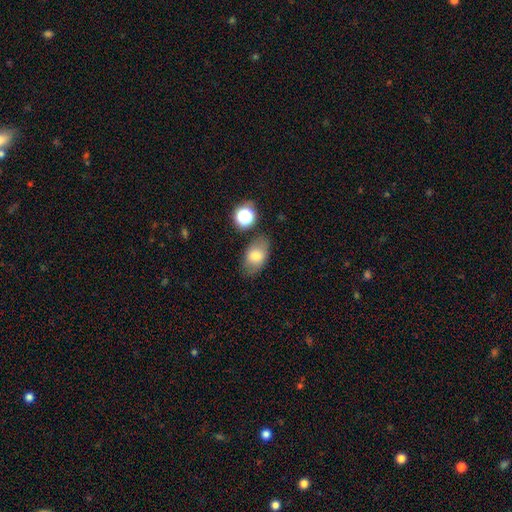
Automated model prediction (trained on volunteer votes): smooth-or-featured: smooth: 75% | featured or disk: 15% | star or artifact: 10%
  how-rounded: in between: 87% | round: 11% | cigar-shaped: 2%
  merging: none: 75% | minor disturbance: 16% | major disturbance: 4% | merger: 4%